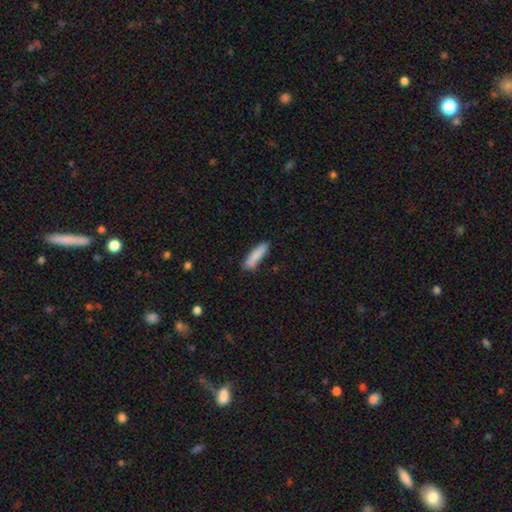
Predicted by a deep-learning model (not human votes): Morphology: type=smooth (84%); roundness=cigar-shaped (71%); merging=none (76%).